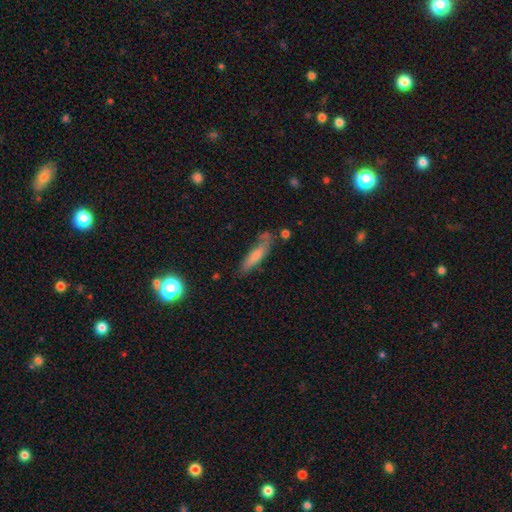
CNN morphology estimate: smooth 67%, featured or disk 26%, star or artifact 7%. Down the decision tree: how rounded — cigar-shaped (77%); merging — none (63%).